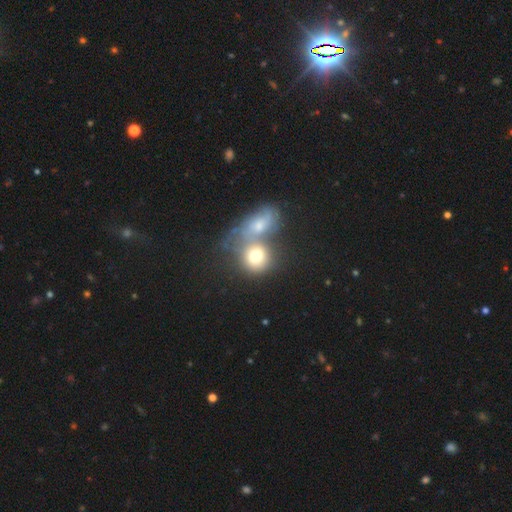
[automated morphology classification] This is likely a smooth galaxy (67%). How rounded: likely round (75%). Merging: possibly merger (56%).